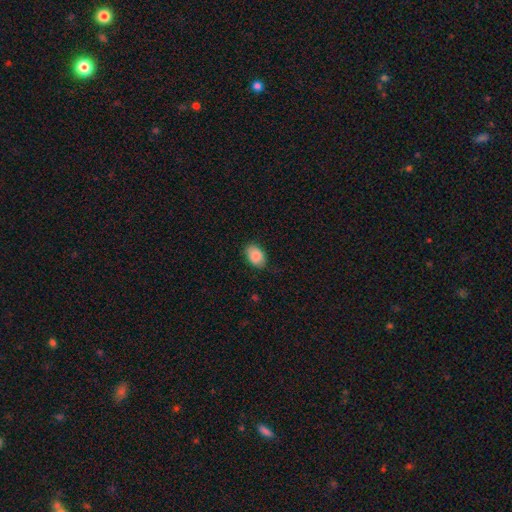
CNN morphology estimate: The model was most divided on "merging": none: 79%, minor disturbance: 17%, major disturbance: 3%, merger: 1%. More confident: smooth or featured — smooth (88%); how rounded — in between (88%).